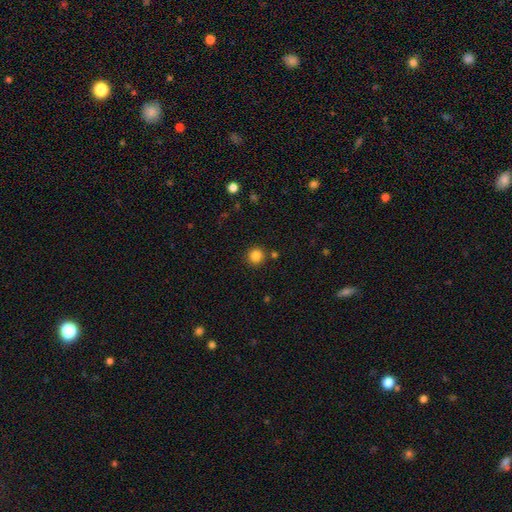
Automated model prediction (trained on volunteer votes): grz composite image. It shows a smooth galaxy with no disk features (84%) that is round (93%). Merging: none (87%).